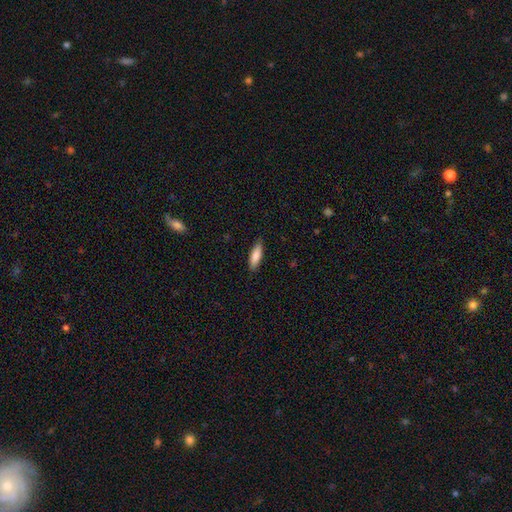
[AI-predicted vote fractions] Smooth or featured? smooth (83%)
How rounded? cigar-shaped (49%, tied with in between)
Merging? none (85%)